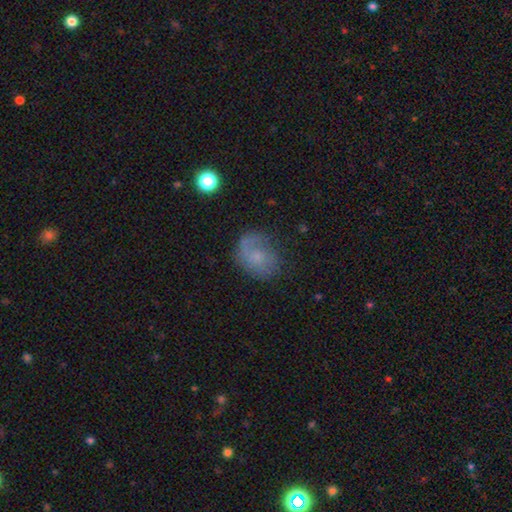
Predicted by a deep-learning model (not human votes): The model was most divided on "smooth or featured" (2-way tie): smooth: 44%, featured or disk: 44%, star or artifact: 11%. More confident: merging — none (55%).